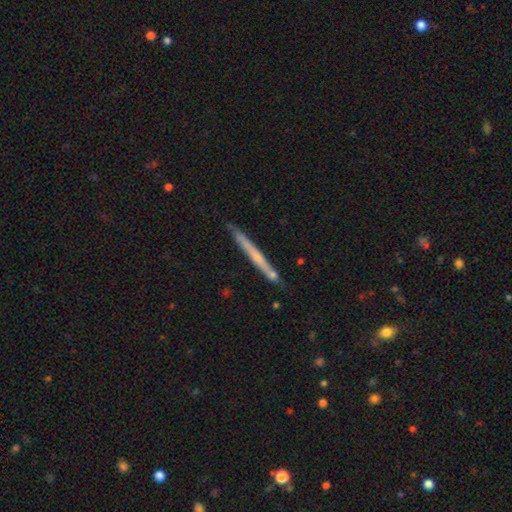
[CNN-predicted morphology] A featured or disk galaxy (51%) viewed edge-on (96%). Merging: none (79%).